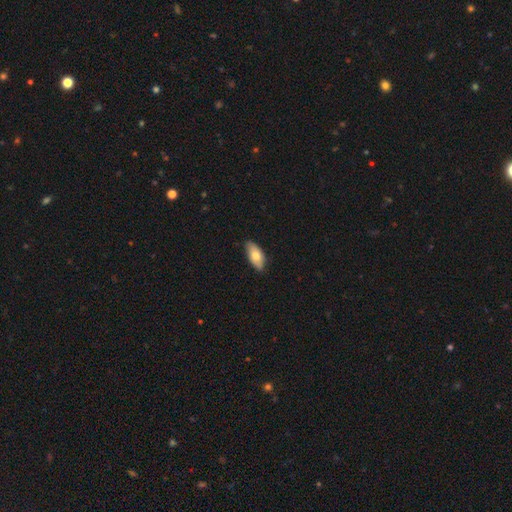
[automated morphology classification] smooth-or-featured: smooth: 72% | featured or disk: 22% | star or artifact: 6%
  how-rounded: in between: 89% | cigar-shaped: 8% | round: 3%
  merging: none: 82% | minor disturbance: 15% | major disturbance: 2% | merger: 1%